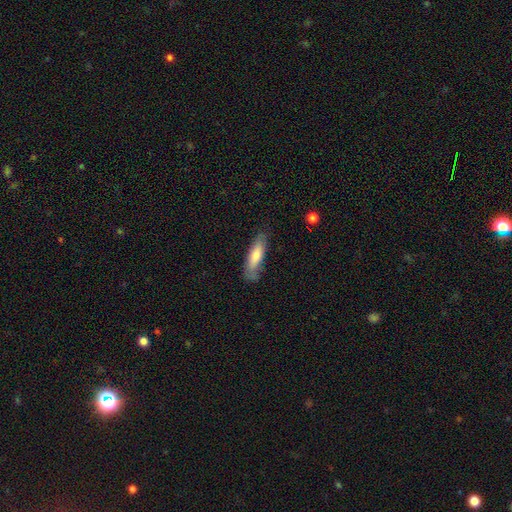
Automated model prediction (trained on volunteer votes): smooth_or_featured: smooth (p=0.71) [alt: featured or disk p=0.23]
how_rounded: cigar-shaped (p=0.63) [alt: in between p=0.36]
merging: none (p=0.72) [alt: minor disturbance p=0.21]